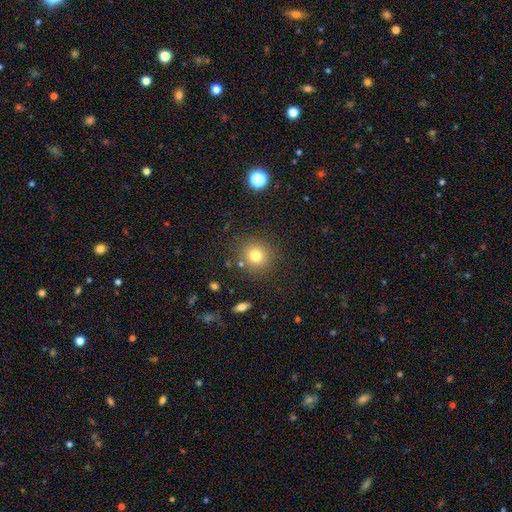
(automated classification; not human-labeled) A smooth galaxy with no disk features (78%) that is round (90%). Merging: none (85%).